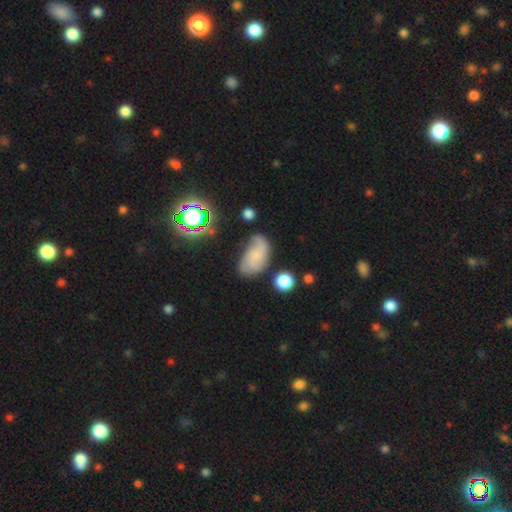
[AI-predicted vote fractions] Morphology: type=featured or disk (45%); merging=none (45%).